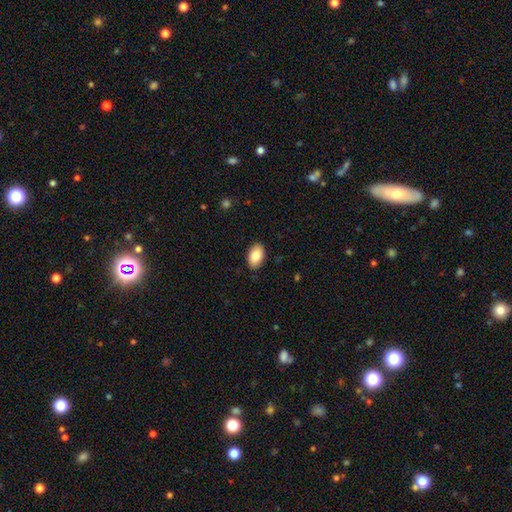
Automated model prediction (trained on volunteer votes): The model was most divided on "smooth or featured": smooth: 84%, featured or disk: 9%, star or artifact: 7%. More confident: how rounded — in between (92%); merging — none (89%).